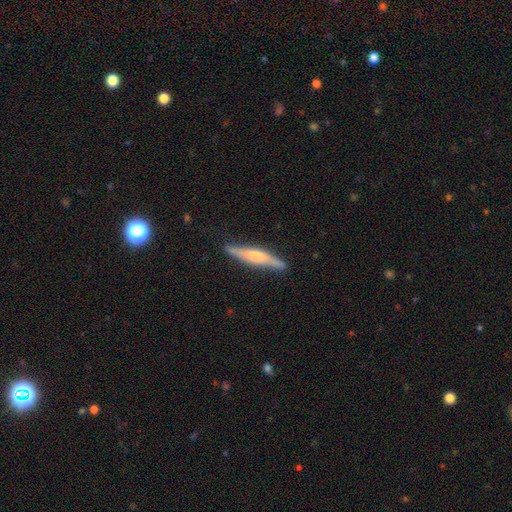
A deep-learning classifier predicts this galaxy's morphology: Smooth or featured? Predicted: featured or disk (p=0.59). Edge-on disk? Predicted: yes (p=0.93). Edge-on bulge? Predicted: rounded (p=0.60). Merging? Predicted: none (p=0.84).